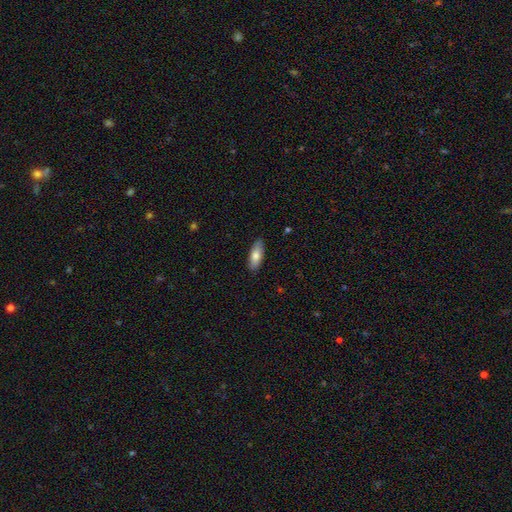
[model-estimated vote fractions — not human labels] Smooth or featured? smooth (78%)
How rounded? in between (74%)
Merging? none (87%)